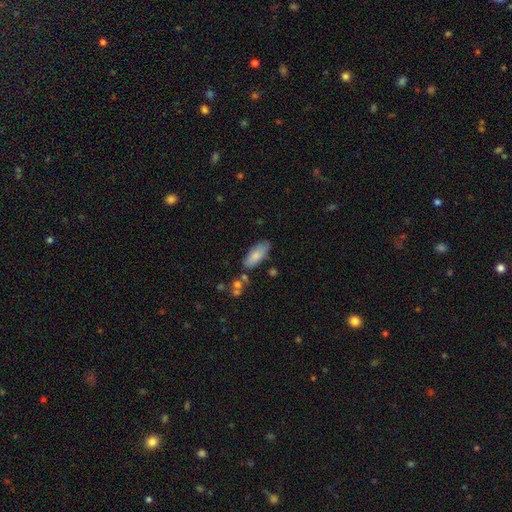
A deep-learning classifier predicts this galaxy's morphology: Smooth or featured? smooth (80%)
How rounded? in between (81%)
Merging? none (73%)